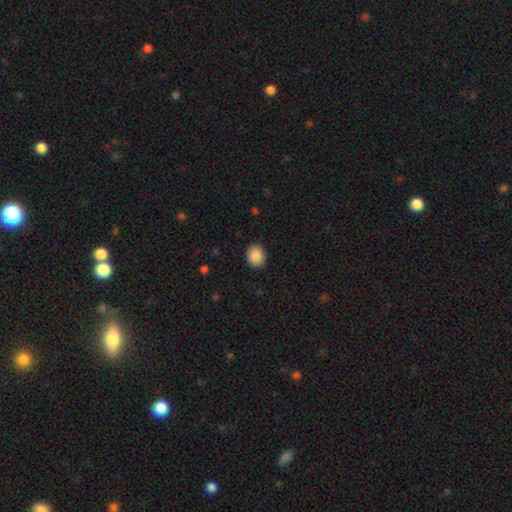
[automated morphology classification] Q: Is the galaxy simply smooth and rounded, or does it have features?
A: smooth — 89%.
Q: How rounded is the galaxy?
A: round — 59%.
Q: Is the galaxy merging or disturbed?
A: none — 90%.